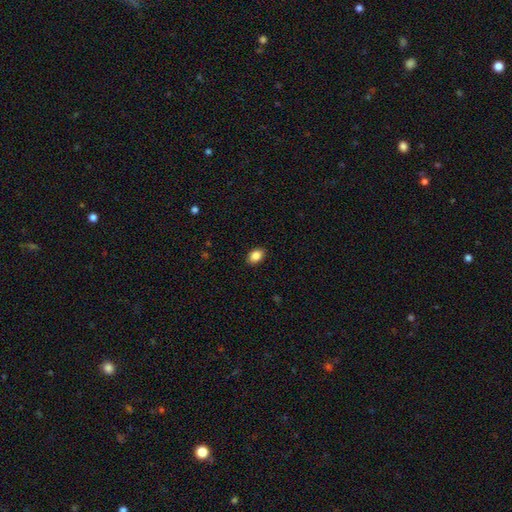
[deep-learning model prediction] This appears to be a smooth galaxy with no disk features (87%) that is in between round and cigar-shaped (78%). Merging: none (89%).